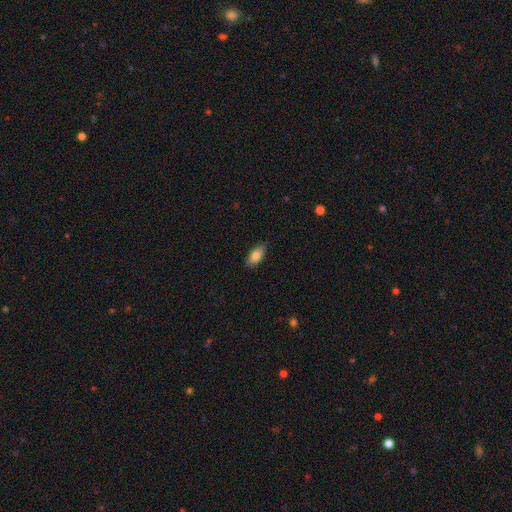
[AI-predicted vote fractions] The model was most divided on "smooth or featured": smooth: 81%, featured or disk: 12%, star or artifact: 7%. More confident: how rounded — in between (88%); merging — none (85%).